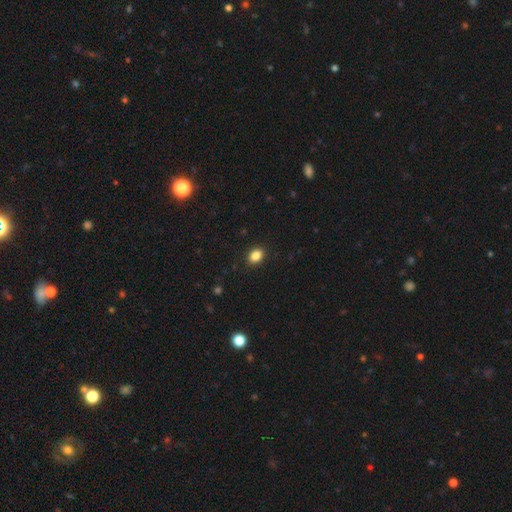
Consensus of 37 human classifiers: smooth-or-featured: smooth: 95% | featured or disk: 3% | star or artifact: 3%
  how-rounded: in between: 63% | round: 37% | cigar-shaped: 0%
  merging: none: 94% | minor disturbance: 6% | major disturbance: 0% | merger: 0%